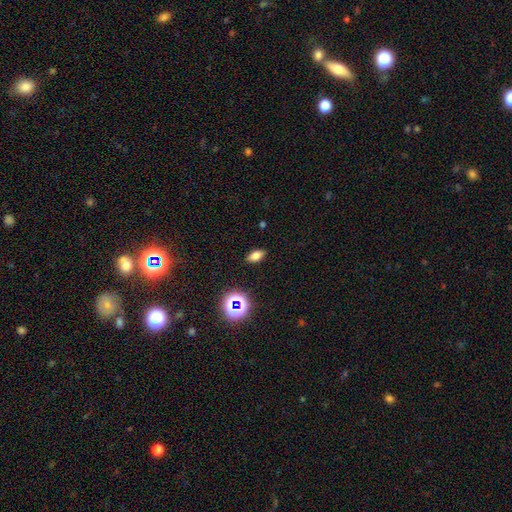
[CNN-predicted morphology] Smooth or featured: smooth — 72% (star or artifact — 17%)
How rounded: in between — 84% (cigar-shaped — 8%)
Merging: none — 88% (minor disturbance — 8%)